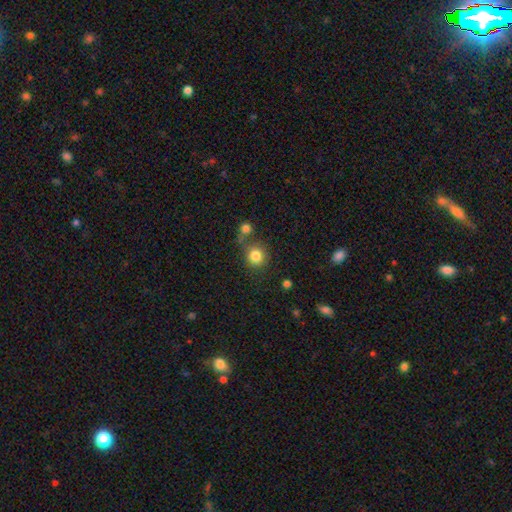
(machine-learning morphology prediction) Smooth or featured?
  - smooth: 83% *
  - star or artifact: 11%
  - featured or disk: 7%
How rounded?
  - round: 87% *
  - in between: 12%
  - cigar-shaped: 1%
Merging?
  - none: 65% *
  - merger: 20%
  - minor disturbance: 11%
  - major disturbance: 5%